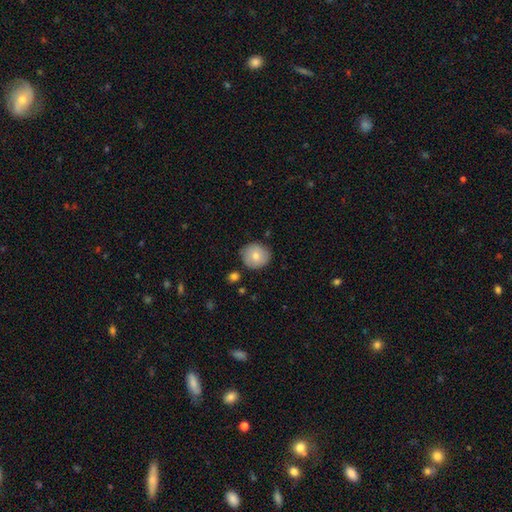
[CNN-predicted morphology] Smooth or featured?
  - smooth: 77% *
  - featured or disk: 15%
  - star or artifact: 8%
How rounded?
  - round: 87% *
  - in between: 12%
  - cigar-shaped: 1%
Merging?
  - none: 82% *
  - minor disturbance: 13%
  - merger: 3%
  - major disturbance: 2%